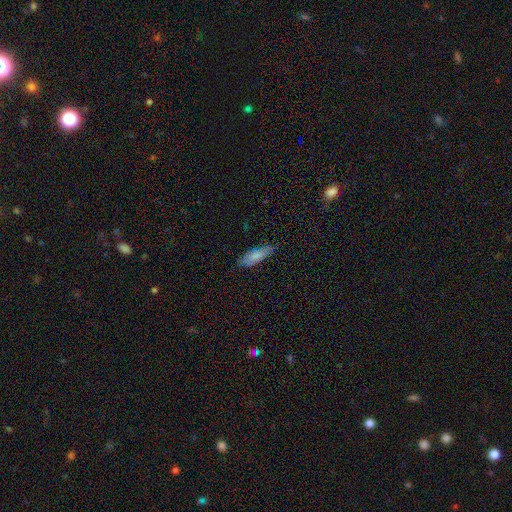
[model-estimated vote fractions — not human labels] Smooth or featured? smooth (75%)
How rounded? in between (57%)
Merging? none (69%)